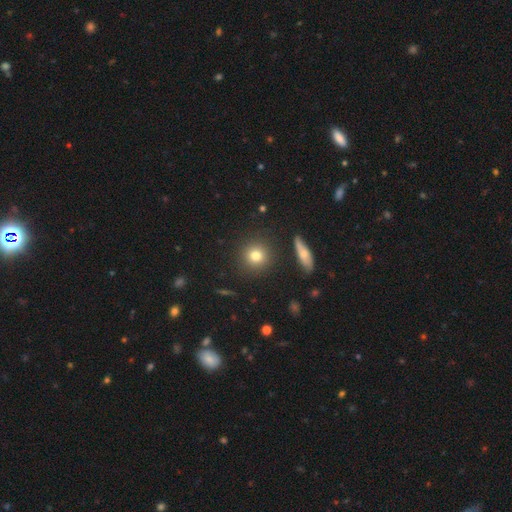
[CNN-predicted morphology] smooth_or_featured: smooth (p=0.80) [alt: star or artifact p=0.11]
how_rounded: round (p=0.91) [alt: in between p=0.08]
merging: none (p=0.89) [alt: minor disturbance p=0.06]